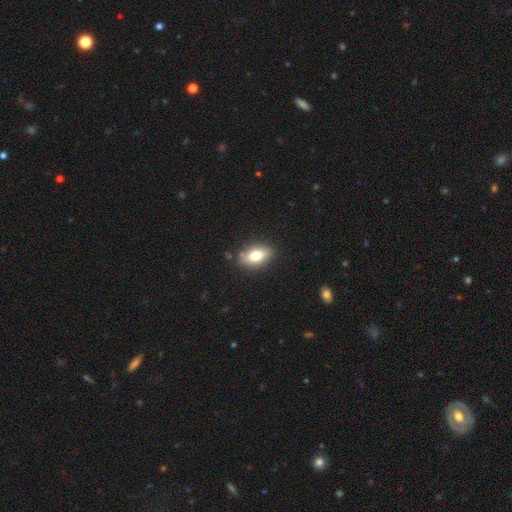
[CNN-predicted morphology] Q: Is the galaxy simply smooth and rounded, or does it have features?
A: smooth — 64%.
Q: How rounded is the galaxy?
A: in between — 81%.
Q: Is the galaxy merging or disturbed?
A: none — 83%.